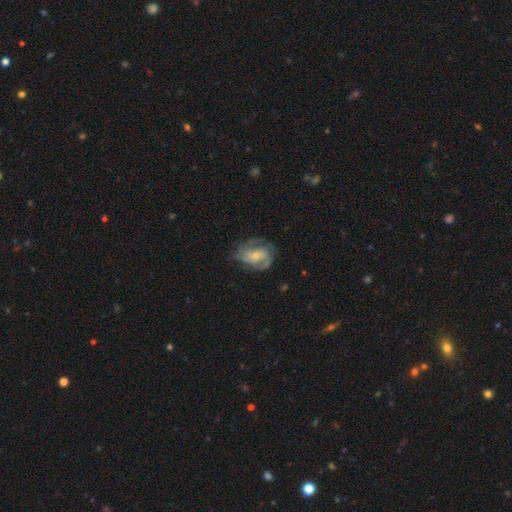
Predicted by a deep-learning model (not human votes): This appears to be a featured or disk galaxy (71%) with no bar (54%), 2 (51%) medium (46%) spiral arms (87%) and a small central bulge (60%). Merging: none (56%).